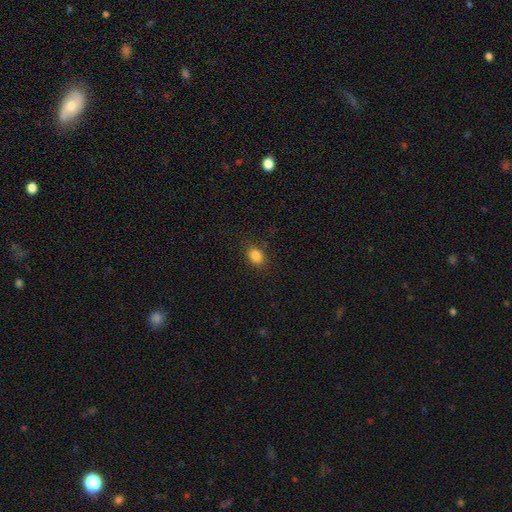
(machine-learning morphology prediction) smooth 84%, star or artifact 10%, featured or disk 5%. Down the decision tree: how rounded — in between (71%); merging — none (84%).